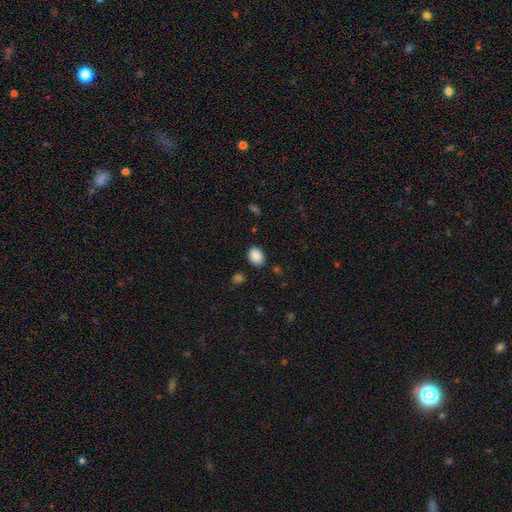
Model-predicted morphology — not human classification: This is clearly a smooth galaxy (88%). How rounded: possibly in between (60%). Merging: clearly none (84%).